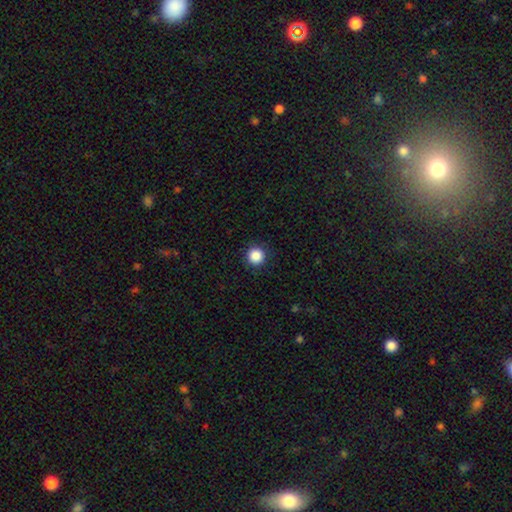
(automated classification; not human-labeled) A smooth galaxy with no disk features (87%) that is round (96%).

Vote fractions:
- Smooth or featured? smooth: 87% / star or artifact: 10% / featured or disk: 3%
- How rounded? round: 96% / in between: 3% / cigar-shaped: 1%
- Merging? none: 92% / minor disturbance: 5% / major disturbance: 2% / merger: 1%